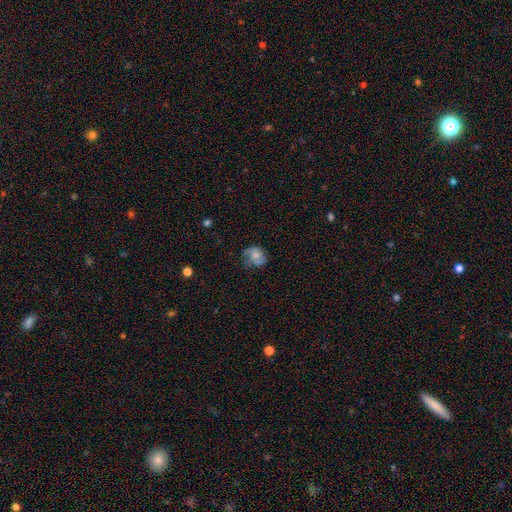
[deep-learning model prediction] The model was most divided on "how rounded": round: 56%, in between: 43%, cigar-shaped: 1%. More confident: smooth or featured — smooth (55%); merging — none (54%).